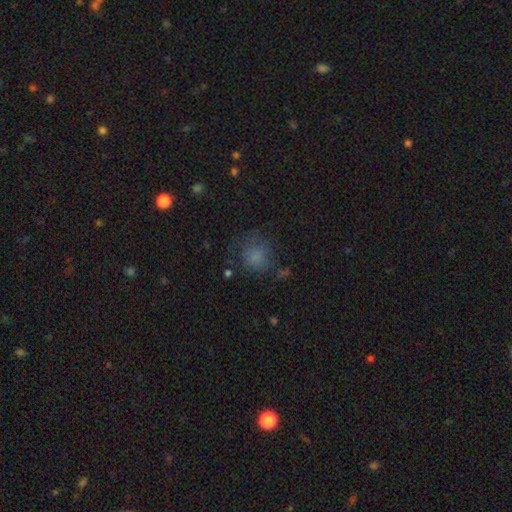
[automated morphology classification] Overall: smooth (73%). How rounded: round (78%). Merging: none (60%; minor disturbance 21%).